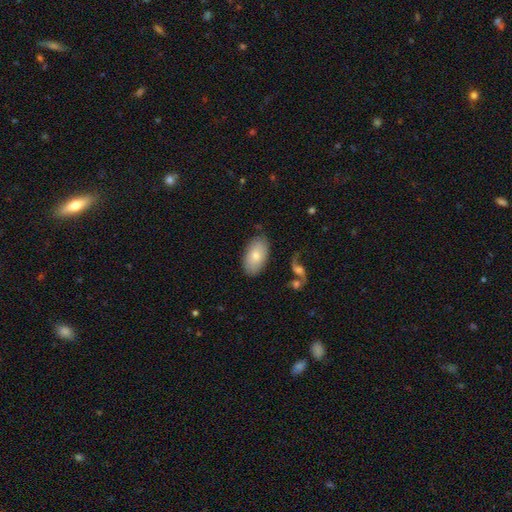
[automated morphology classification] smooth 75%, featured or disk 19%, star or artifact 6%. Down the decision tree: how rounded — in between (94%); merging — none (80%).